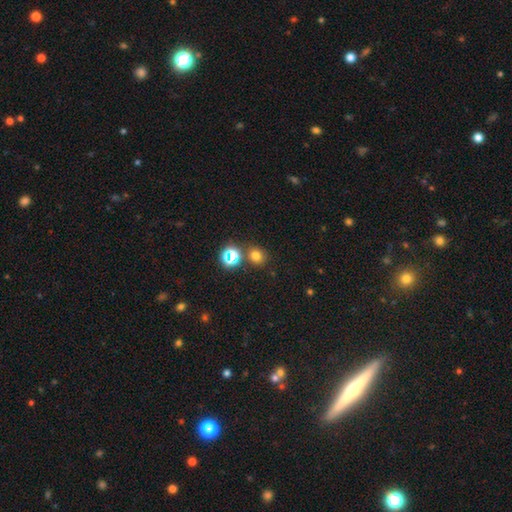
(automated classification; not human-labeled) Q: Smooth or featured?
A: smooth (70%); runner-up: star or artifact (23%)
Q: How rounded?
A: round (80%); runner-up: in between (19%)
Q: Merging?
A: none (75%); runner-up: merger (14%)